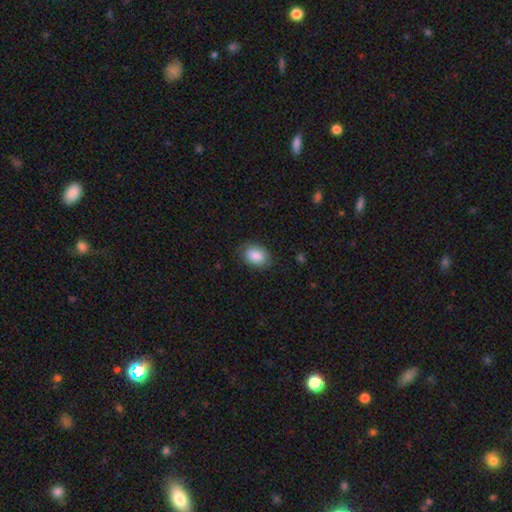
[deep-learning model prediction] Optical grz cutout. It shows a smooth galaxy with no disk features (88%) that is in between round and cigar-shaped (79%). Merging: none (83%).